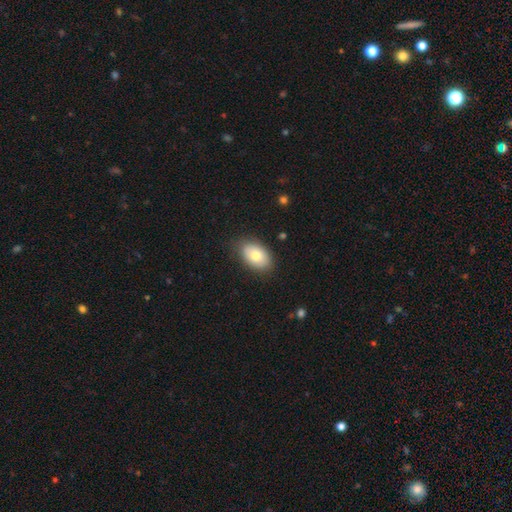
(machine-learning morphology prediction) smooth 76%, featured or disk 17%, star or artifact 7%. Down the decision tree: how rounded — in between (89%); merging — none (82%).